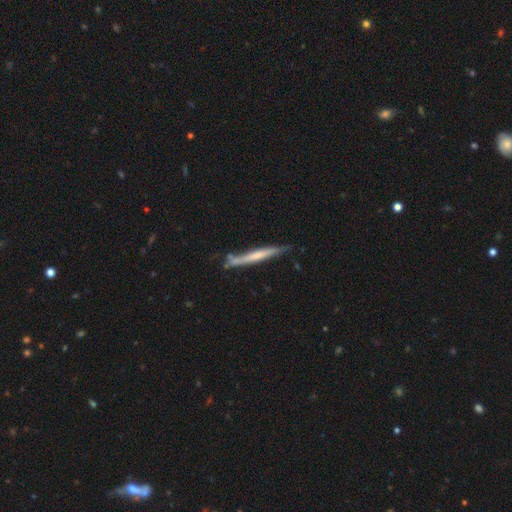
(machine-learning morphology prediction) Q: Smooth or featured?
A: featured or disk (49%); runner-up: smooth (45%)
Q: Merging?
A: none (64%); runner-up: minor disturbance (23%)